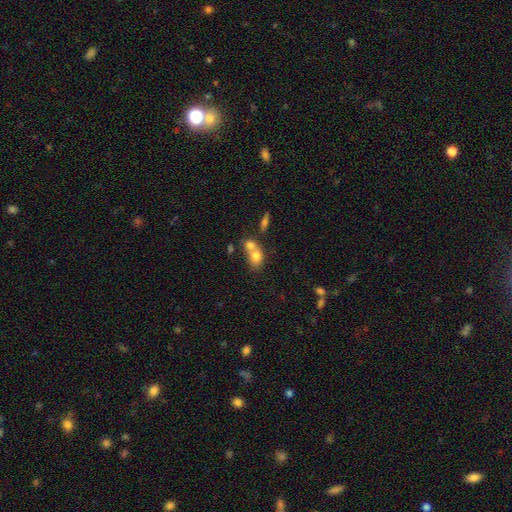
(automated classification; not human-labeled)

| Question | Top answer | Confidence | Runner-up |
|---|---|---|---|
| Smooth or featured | smooth | 75% | featured or disk (15%) |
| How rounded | in between | 56% | round (42%) |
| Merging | merger | 61% | none (28%) |